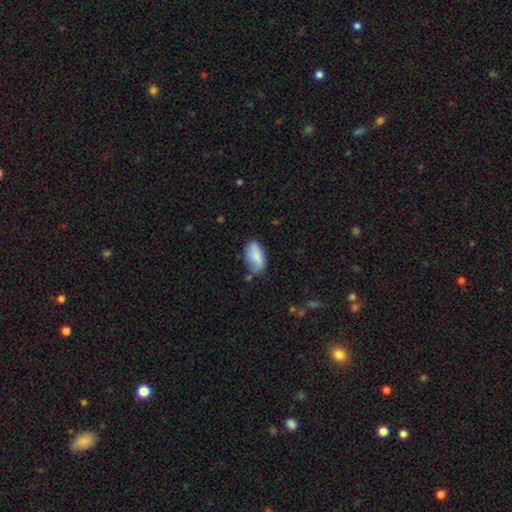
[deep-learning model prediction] Smooth or featured? smooth (86%)
How rounded? in between (92%)
Merging? none (68%)